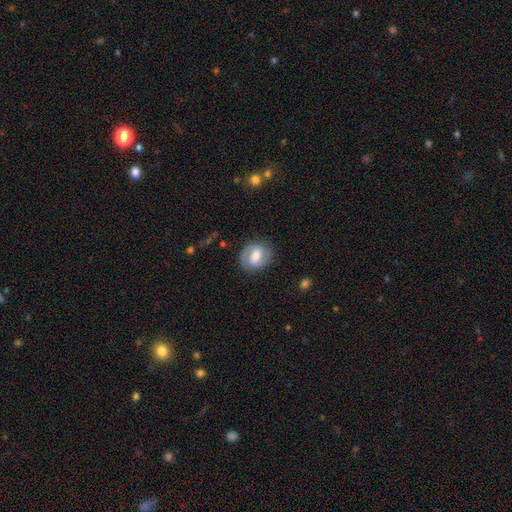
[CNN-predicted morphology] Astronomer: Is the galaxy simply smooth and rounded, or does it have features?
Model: featured or disk — 57% (runner-up: smooth, 36%).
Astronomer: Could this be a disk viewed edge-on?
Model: no — 97%.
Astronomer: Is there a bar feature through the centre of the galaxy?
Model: weak — 48% (runner-up: strong, 27%).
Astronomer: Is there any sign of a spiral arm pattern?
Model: yes — 78%.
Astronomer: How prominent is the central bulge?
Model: moderate — 51% (runner-up: large, 29%).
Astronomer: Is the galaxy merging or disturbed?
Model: none — 82%.